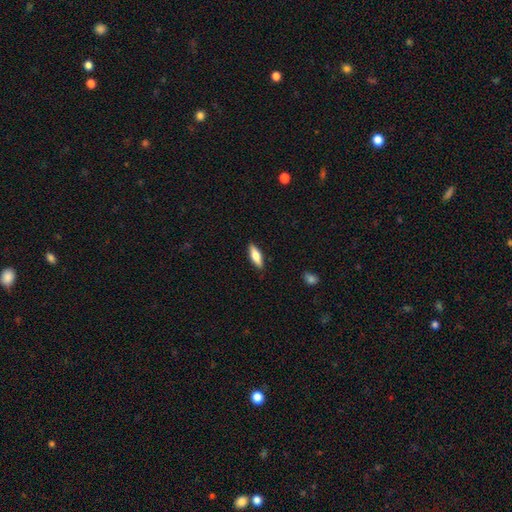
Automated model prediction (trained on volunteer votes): Smooth or featured?
  - smooth: 72% *
  - featured or disk: 22%
  - star or artifact: 6%
How rounded?
  - in between: 58% *
  - cigar-shaped: 40%
  - round: 2%
Merging?
  - none: 88% *
  - minor disturbance: 9%
  - major disturbance: 2%
  - merger: 1%